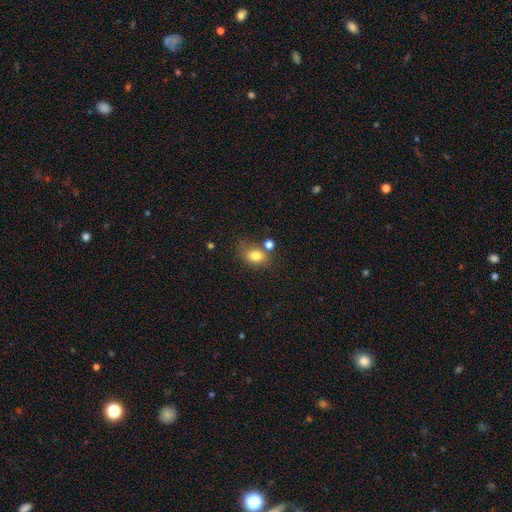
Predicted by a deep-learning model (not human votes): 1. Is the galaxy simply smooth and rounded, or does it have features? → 78% smooth, 11% star or artifact, 10% featured or disk.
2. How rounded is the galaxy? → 68% in between, 30% round, 1% cigar-shaped.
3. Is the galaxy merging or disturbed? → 59% none, 17% minor disturbance, 17% merger, 6% major disturbance.